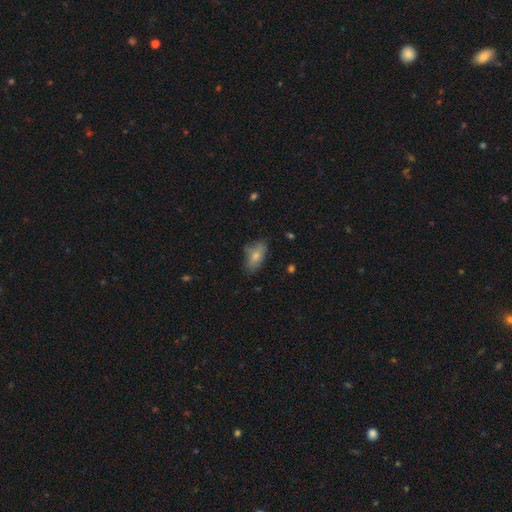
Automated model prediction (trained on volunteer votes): Smooth or featured? Predicted: smooth (p=0.75). How rounded? Predicted: in between (p=0.89). Merging? Predicted: none (p=0.65).